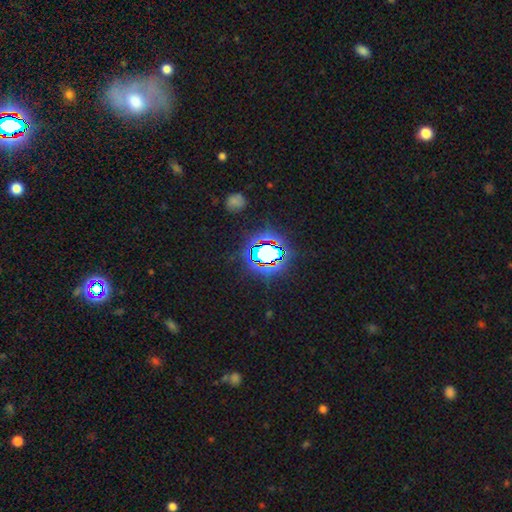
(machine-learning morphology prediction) smooth_or_featured: star or artifact (p=0.78) [alt: smooth p=0.13]